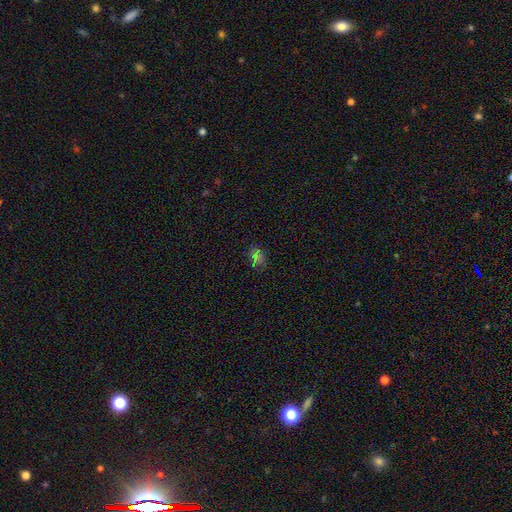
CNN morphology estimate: The model was most divided on "smooth or featured": smooth: 56%, star or artifact: 37%, featured or disk: 8%. More confident: merging — none (80%); how rounded — in between (65%).